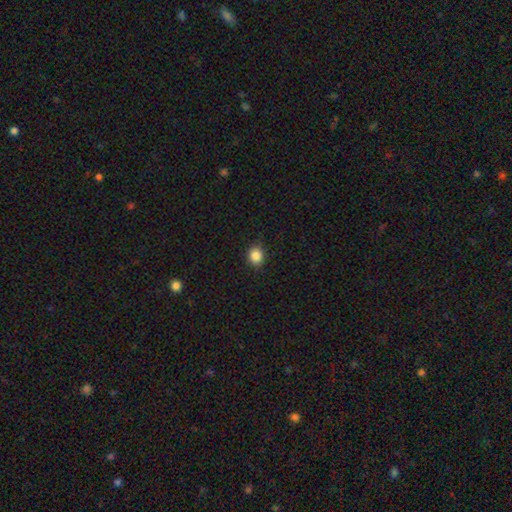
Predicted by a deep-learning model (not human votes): A smooth galaxy with no disk features (86%) that is round (74%).

Vote fractions:
- Smooth or featured? smooth: 86% / star or artifact: 11% / featured or disk: 4%
- How rounded? round: 74% / in between: 25% / cigar-shaped: 1%
- Merging? none: 86% / minor disturbance: 11% / major disturbance: 2% / merger: 1%